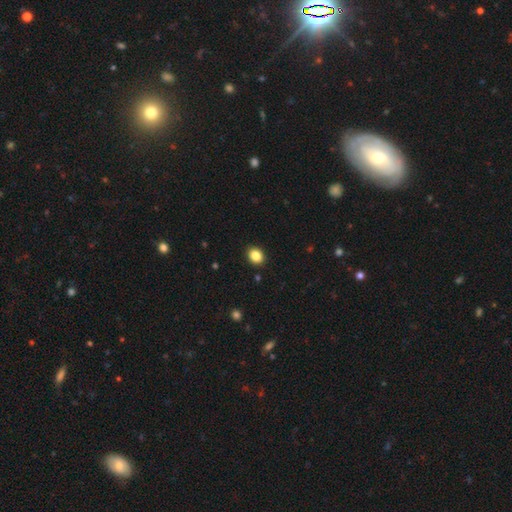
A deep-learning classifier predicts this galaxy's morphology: Smooth or featured? Predicted: smooth (p=0.86). How rounded? Predicted: round (p=0.60). Merging? Predicted: none (p=0.91).